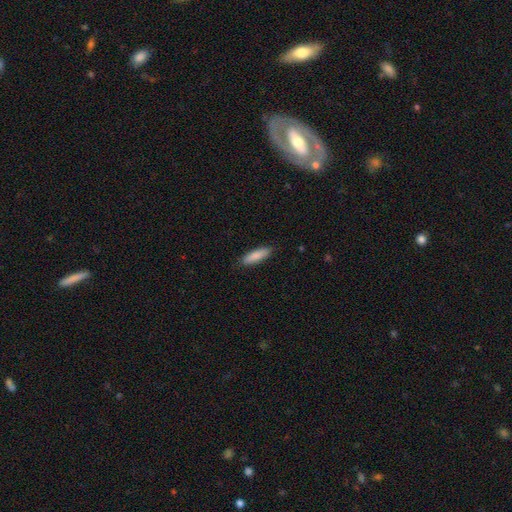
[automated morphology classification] smooth_or_featured: smooth (p=0.86) [alt: featured or disk p=0.08]
how_rounded: cigar-shaped (p=0.65) [alt: in between p=0.34]
merging: none (p=0.87) [alt: minor disturbance p=0.10]